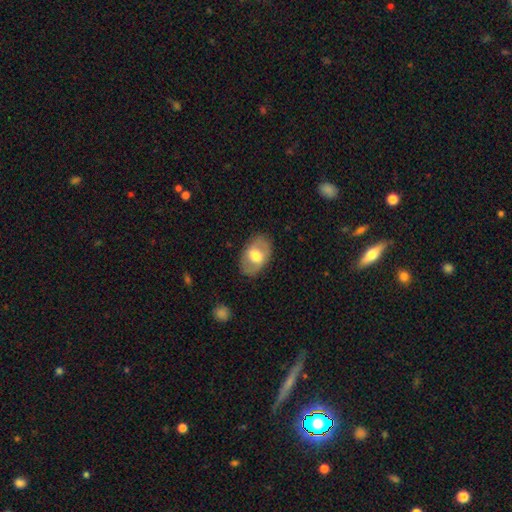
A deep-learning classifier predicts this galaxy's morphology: smooth 52%, featured or disk 42%, star or artifact 6%. Down the decision tree: how rounded — in between (86%); merging — none (82%).